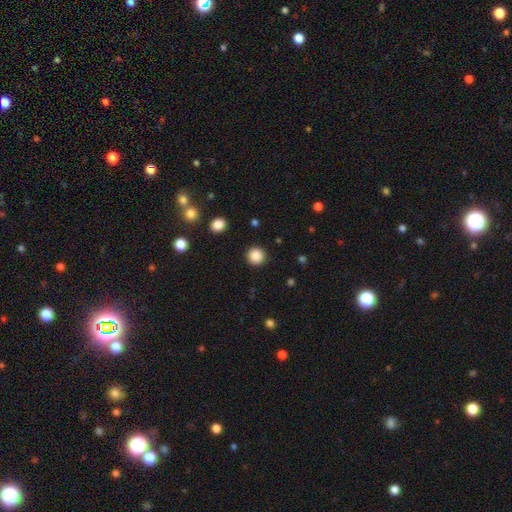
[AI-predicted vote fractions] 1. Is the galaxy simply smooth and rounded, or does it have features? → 87% smooth, 10% star or artifact, 3% featured or disk.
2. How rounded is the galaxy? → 95% round, 4% in between, 1% cigar-shaped.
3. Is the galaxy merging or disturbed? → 92% none, 5% minor disturbance, 2% major disturbance, 1% merger.